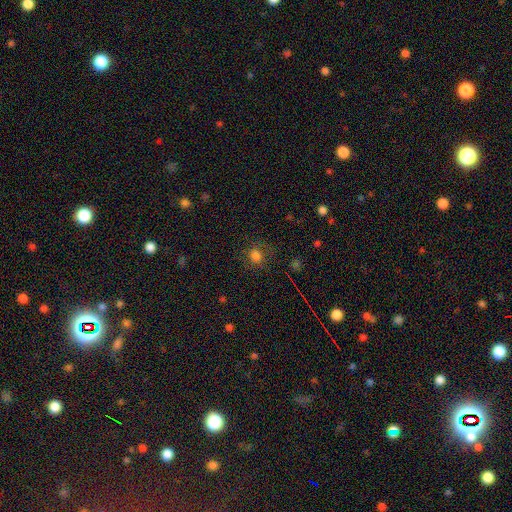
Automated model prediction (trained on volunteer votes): Overall: smooth (75%). How rounded: round (82%). Merging: none (77%).